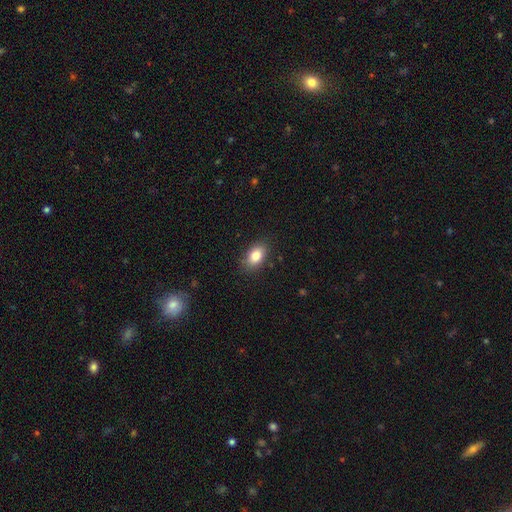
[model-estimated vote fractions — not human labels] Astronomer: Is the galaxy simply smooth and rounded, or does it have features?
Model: smooth — 83%.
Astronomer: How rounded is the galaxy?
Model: in between — 88%.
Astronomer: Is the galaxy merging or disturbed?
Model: none — 86%.